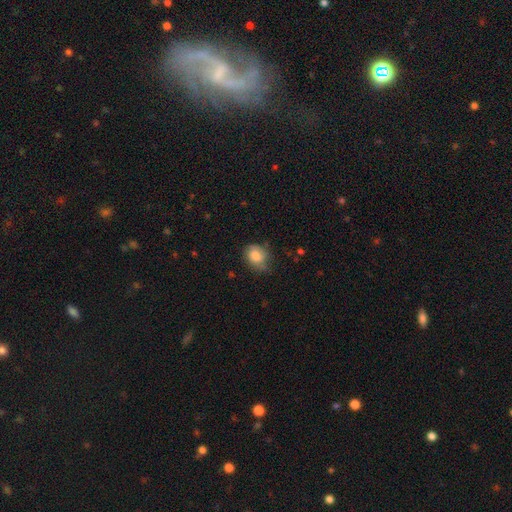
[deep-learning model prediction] This appears to be a smooth galaxy with no disk features (73%) that is round (54%). Merging: none (53%).